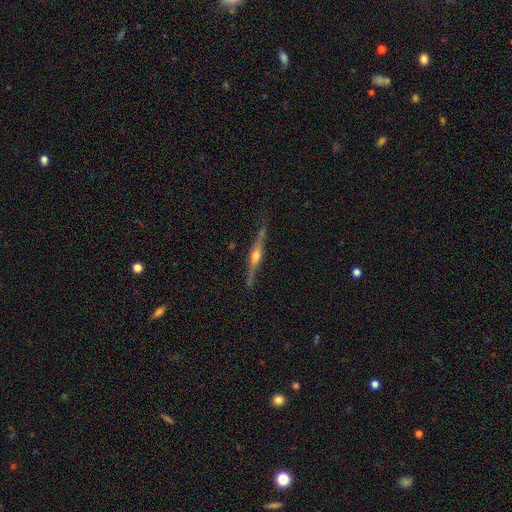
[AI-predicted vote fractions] Morphology: type=featured or disk (79%); edge-on=yes (97%); edge-on bulge=rounded (90%); merging=none (81%).